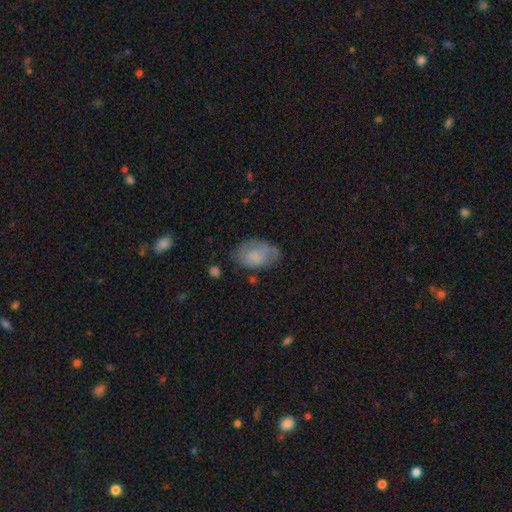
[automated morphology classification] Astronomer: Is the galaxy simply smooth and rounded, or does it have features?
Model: smooth — 69%.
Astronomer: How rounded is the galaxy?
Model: in between — 92%.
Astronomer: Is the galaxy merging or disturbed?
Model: none — 59%.